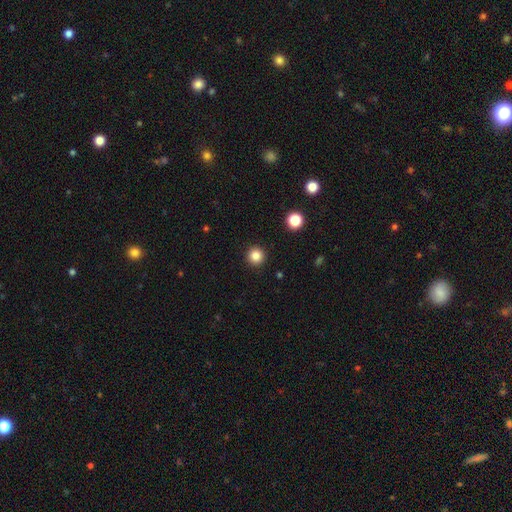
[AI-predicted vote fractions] smooth-or-featured: smooth: 84% | star or artifact: 12% | featured or disk: 4%
  how-rounded: round: 95% | in between: 4% | cigar-shaped: 1%
  merging: none: 93% | minor disturbance: 5% | major disturbance: 2% | merger: 1%